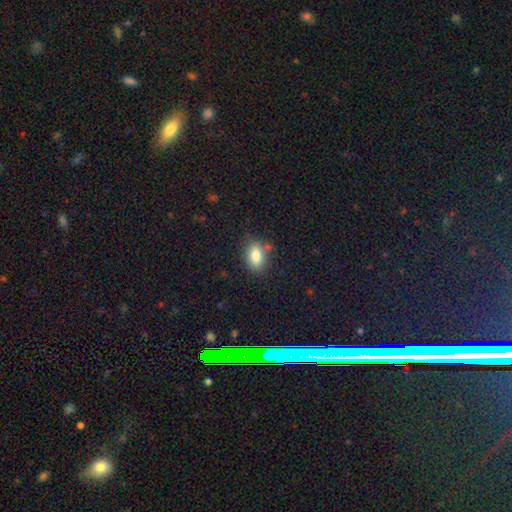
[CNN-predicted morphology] The model was most divided on "merging": none: 78%, minor disturbance: 14%, merger: 5%, major disturbance: 3%. More confident: how rounded — in between (82%); smooth or featured — smooth (82%).